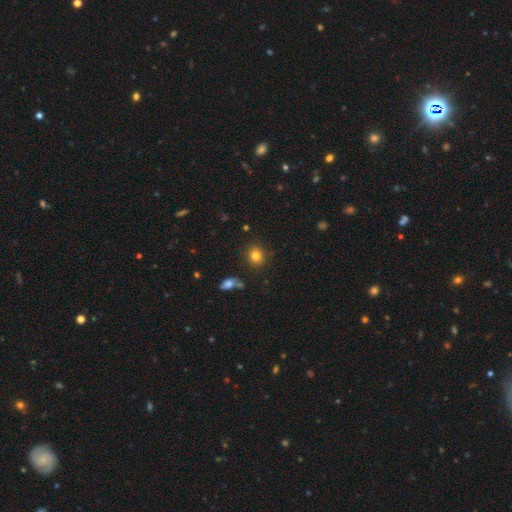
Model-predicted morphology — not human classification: The model was most divided on "how rounded": round: 80%, in between: 19%, cigar-shaped: 1%. More confident: merging — none (86%); smooth or featured — smooth (81%).